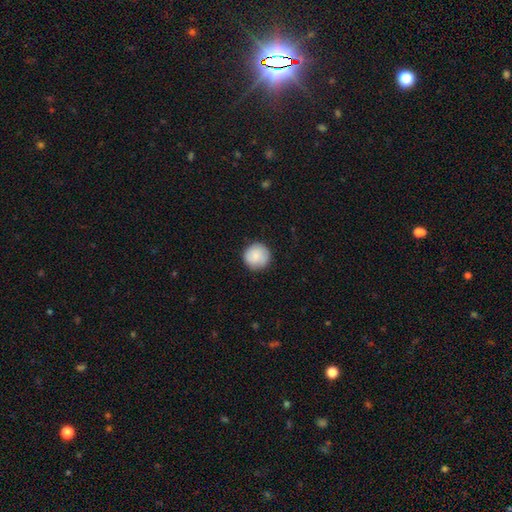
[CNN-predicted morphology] Q: Smooth or featured?
A: smooth (85%); runner-up: featured or disk (9%)
Q: How rounded?
A: round (95%); runner-up: in between (4%)
Q: Merging?
A: none (88%); runner-up: minor disturbance (9%)